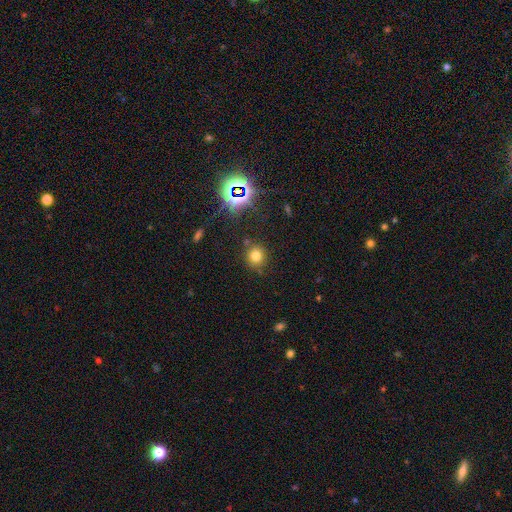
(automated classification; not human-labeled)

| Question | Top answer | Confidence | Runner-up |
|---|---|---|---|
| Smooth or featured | smooth | 71% | star or artifact (21%) |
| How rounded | round | 88% | in between (11%) |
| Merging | none | 82% | minor disturbance (9%) |